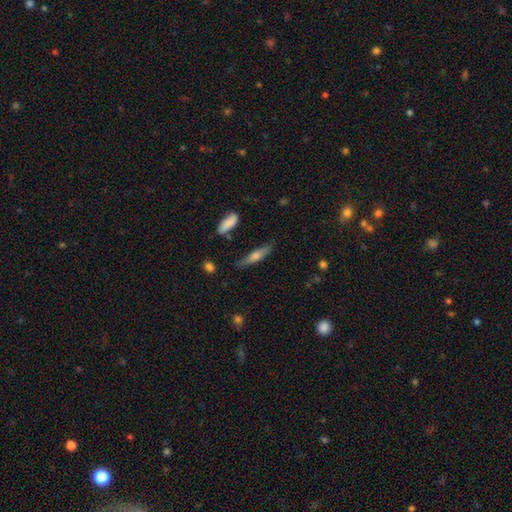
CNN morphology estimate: This is possibly a smooth galaxy (53%). How rounded: likely cigar-shaped (74%). Merging: likely none (76%).